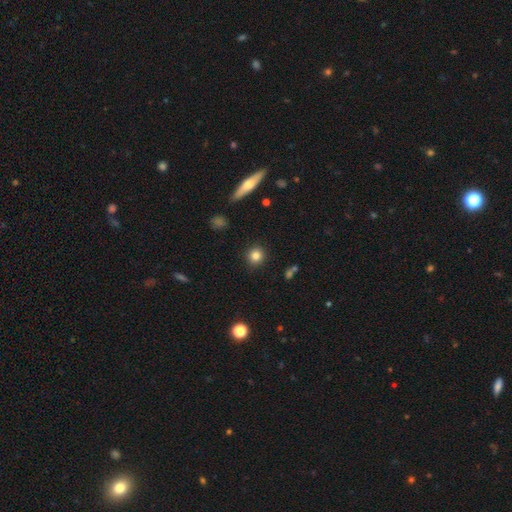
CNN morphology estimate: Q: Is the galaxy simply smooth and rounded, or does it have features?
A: smooth — 83%.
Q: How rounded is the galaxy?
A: round — 92%.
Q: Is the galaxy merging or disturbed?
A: none — 91%.